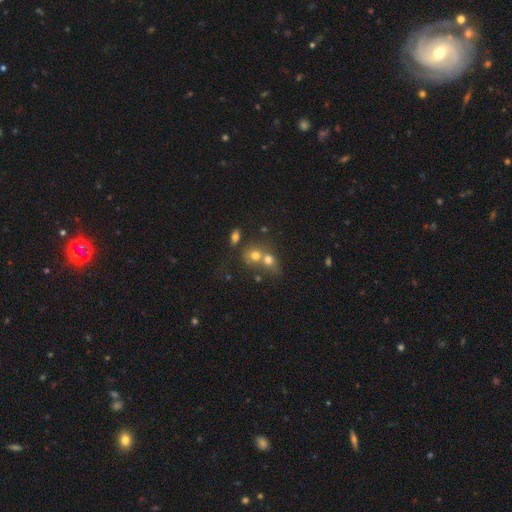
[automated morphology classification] The model was most divided on "merging": merger: 58%, none: 31%, minor disturbance: 7%, major disturbance: 4%. More confident: how rounded — round (71%); smooth or featured — smooth (60%).